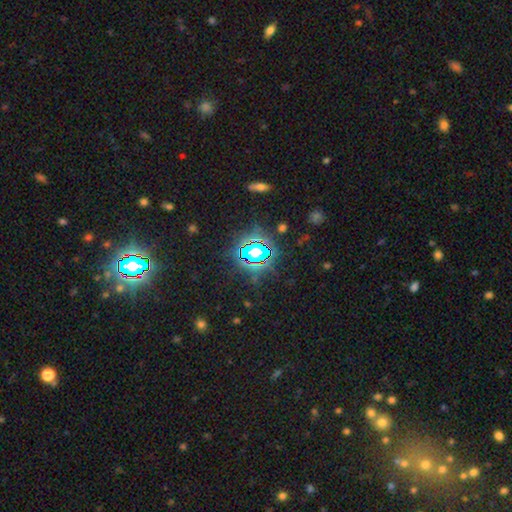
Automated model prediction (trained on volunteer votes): Smooth or featured: star or artifact — 79% (smooth — 13%)